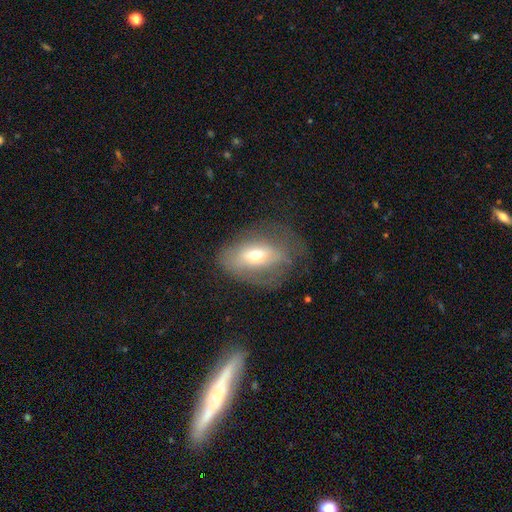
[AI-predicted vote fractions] smooth 48%, featured or disk 42%, star or artifact 10%. Down the decision tree: merging — none (48%).